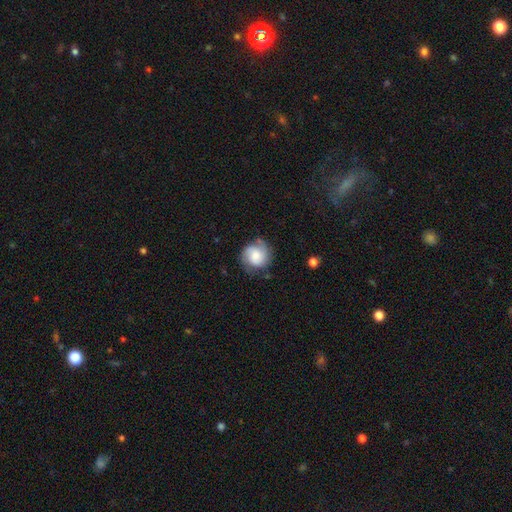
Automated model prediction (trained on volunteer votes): Morphology: type=featured or disk (52%); edge-on=no (98%); bar=no (66%); spiral arms=yes (90%); bulge=moderate (31%); merging=none (68%).